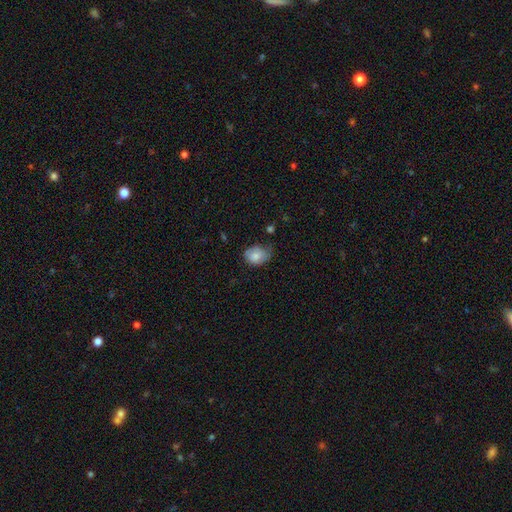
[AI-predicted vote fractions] Overall: smooth (78%). How rounded: in between (60%; round 39%). Merging: none (44%; minor disturbance 41%).